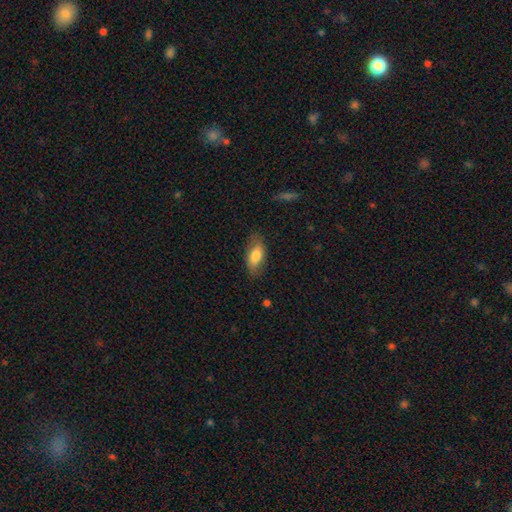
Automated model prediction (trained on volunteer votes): Smooth or featured? smooth (77%)
How rounded? in between (87%)
Merging? none (76%)